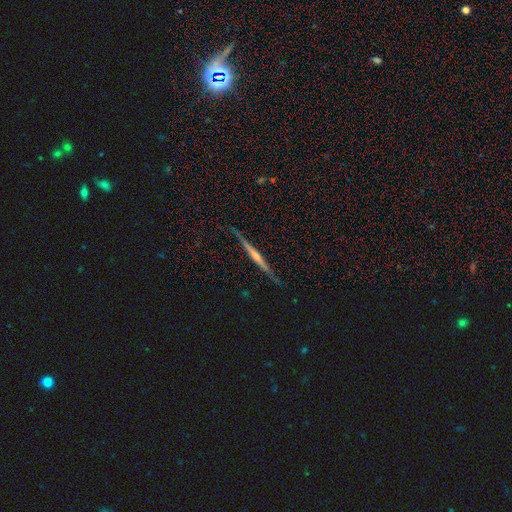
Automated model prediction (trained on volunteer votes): Smooth or featured? Predicted: featured or disk (p=0.73). Edge-on disk? Predicted: yes (p=0.97). Edge-on bulge? Predicted: rounded (p=0.47). Merging? Predicted: none (p=0.86).